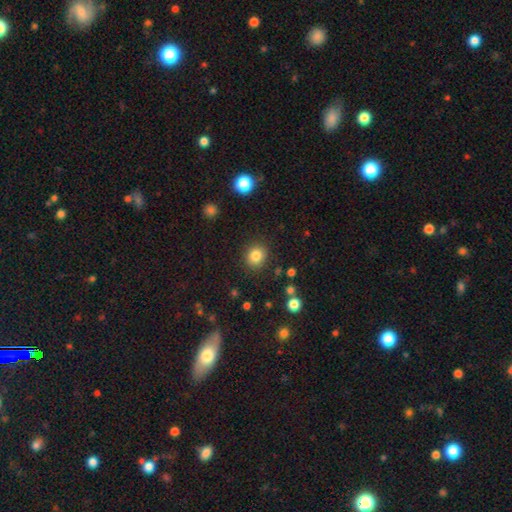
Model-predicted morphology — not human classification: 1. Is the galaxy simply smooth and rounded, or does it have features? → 83% smooth, 11% star or artifact, 6% featured or disk.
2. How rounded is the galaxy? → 79% round, 20% in between, 1% cigar-shaped.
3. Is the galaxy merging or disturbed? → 88% none, 7% minor disturbance, 3% major disturbance, 2% merger.